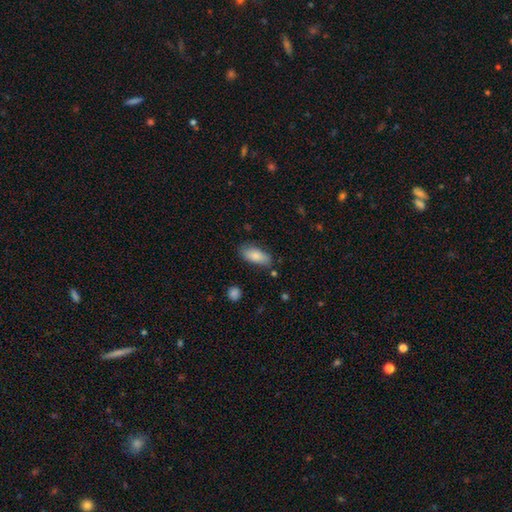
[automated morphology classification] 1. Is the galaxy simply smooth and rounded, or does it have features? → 84% smooth, 10% featured or disk, 6% star or artifact.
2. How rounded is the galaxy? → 85% in between, 13% cigar-shaped, 2% round.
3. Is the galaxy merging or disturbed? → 78% none, 16% minor disturbance, 4% major disturbance, 3% merger.